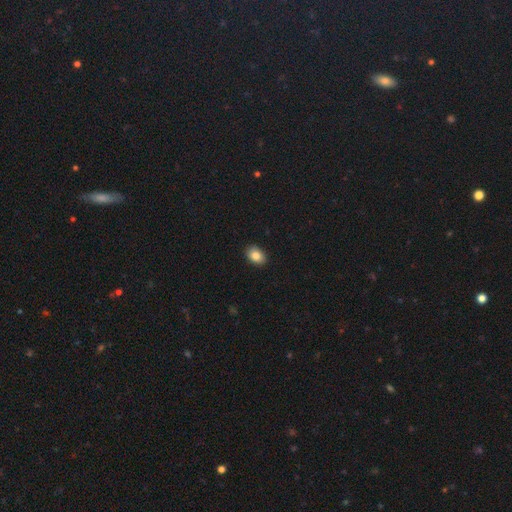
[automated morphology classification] A smooth galaxy with no disk features (85%) that is in between round and cigar-shaped (82%). Merging: none (89%).